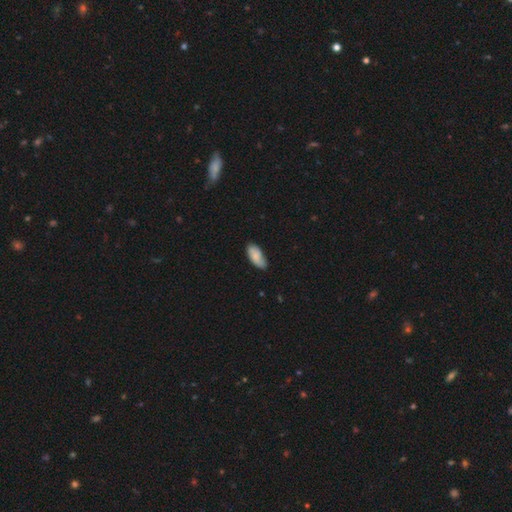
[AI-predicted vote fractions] Morphology: type=smooth (80%); roundness=in between (90%); merging=none (75%).